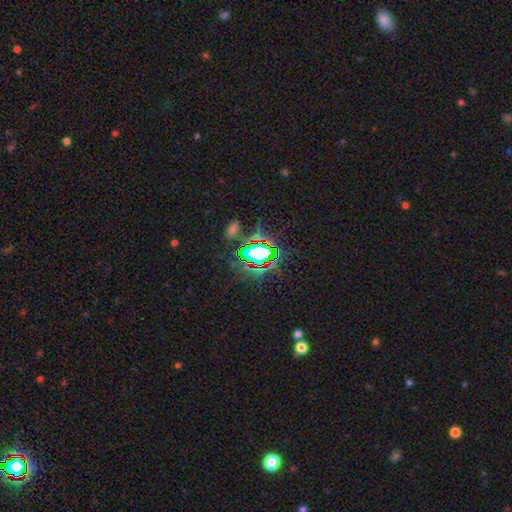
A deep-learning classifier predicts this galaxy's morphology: Smooth or featured?
  - star or artifact: 73% *
  - smooth: 15%
  - featured or disk: 12%